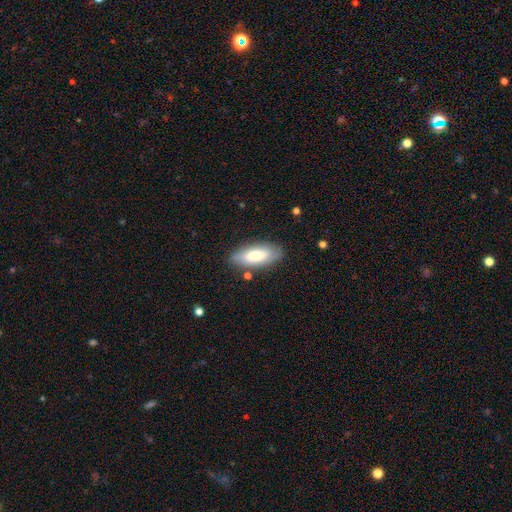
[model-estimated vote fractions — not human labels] Smooth or featured: smooth — 72% (featured or disk — 22%)
How rounded: in between — 81% (cigar-shaped — 17%)
Merging: none — 81% (minor disturbance — 13%)